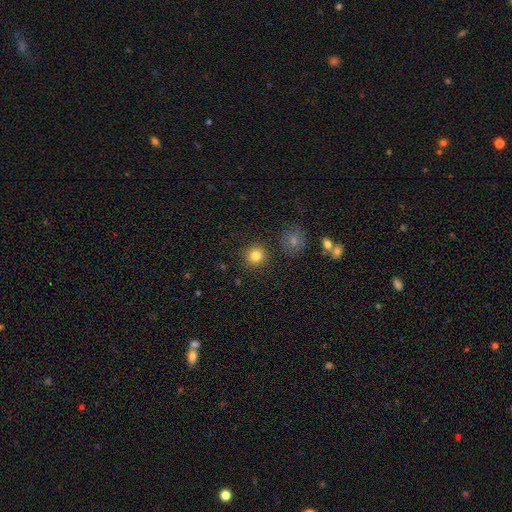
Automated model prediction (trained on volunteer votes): smooth-or-featured: smooth: 83% | star or artifact: 12% | featured or disk: 5%
  how-rounded: round: 93% | in between: 6% | cigar-shaped: 1%
  merging: none: 90% | minor disturbance: 6% | merger: 2% | major disturbance: 2%